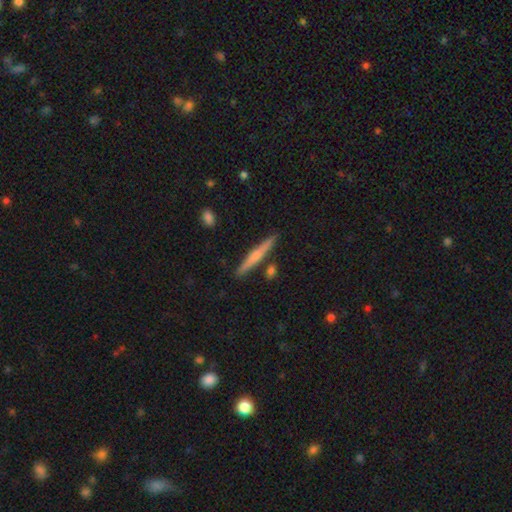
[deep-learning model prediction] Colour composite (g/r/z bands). It shows a smooth galaxy with no disk features (48%). Merging: none (87%).